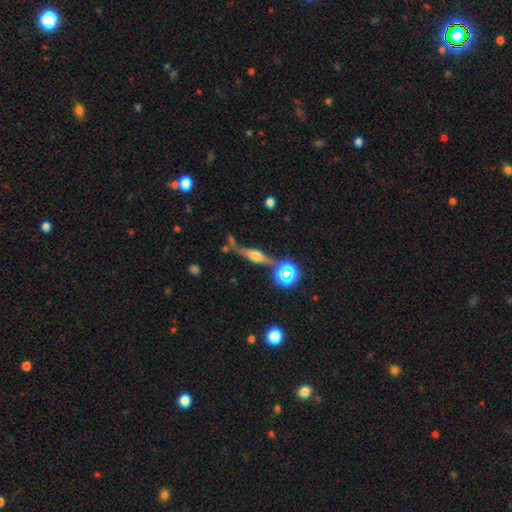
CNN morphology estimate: featured or disk 61%, smooth 25%, star or artifact 13%. Down the decision tree: edge-on disk — yes (89%); edge-on bulge — rounded (87%); merging — none (67%).